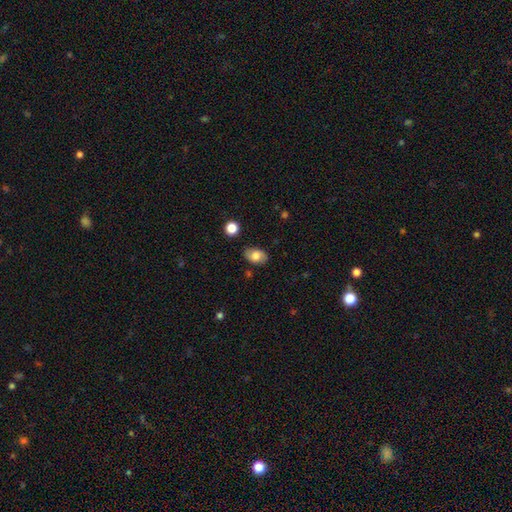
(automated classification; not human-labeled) Smooth or featured?
  - smooth: 64% *
  - featured or disk: 28%
  - star or artifact: 9%
How rounded?
  - in between: 86% *
  - round: 12%
  - cigar-shaped: 2%
Merging?
  - none: 81% *
  - minor disturbance: 14%
  - major disturbance: 3%
  - merger: 2%